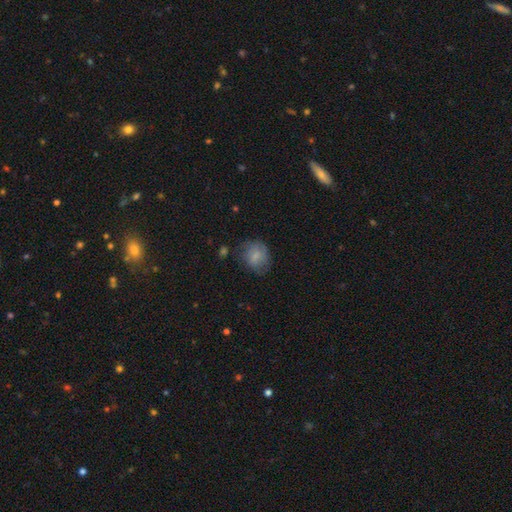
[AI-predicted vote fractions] This is likely a smooth galaxy (72%). How rounded: likely round (64%). Merging: possibly none (56%).